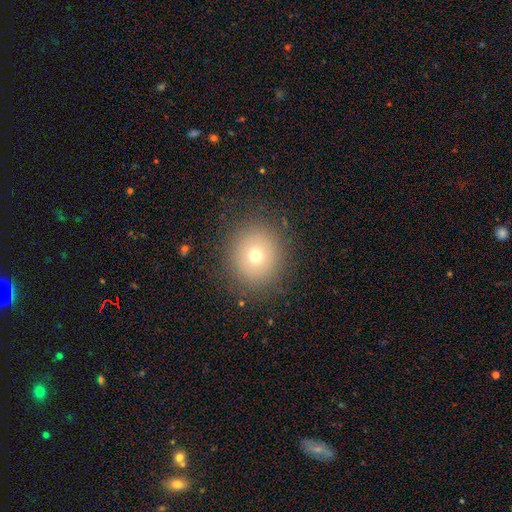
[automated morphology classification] smooth_or_featured: smooth (p=0.68) [alt: star or artifact p=0.16]
how_rounded: round (p=0.87) [alt: in between p=0.12]
merging: none (p=0.88) [alt: minor disturbance p=0.07]